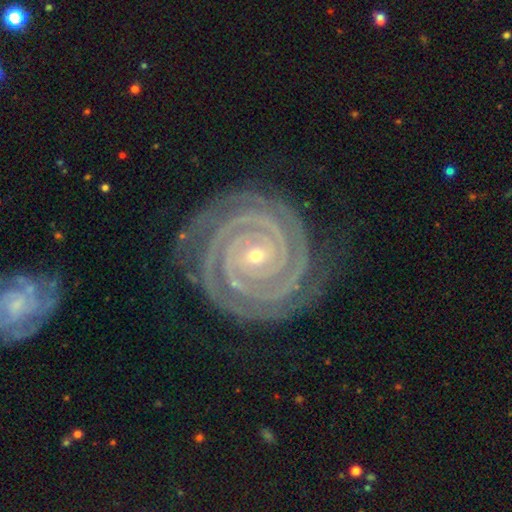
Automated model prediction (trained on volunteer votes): Overall: featured or disk (94%). Edge-on disk: no (98%). Bar: no (61%). Spiral arms: yes (99%). Spiral arm count: 2 (68%). Spiral winding: tight (93%). Bulge size: small (80%). Merging: none (85%).